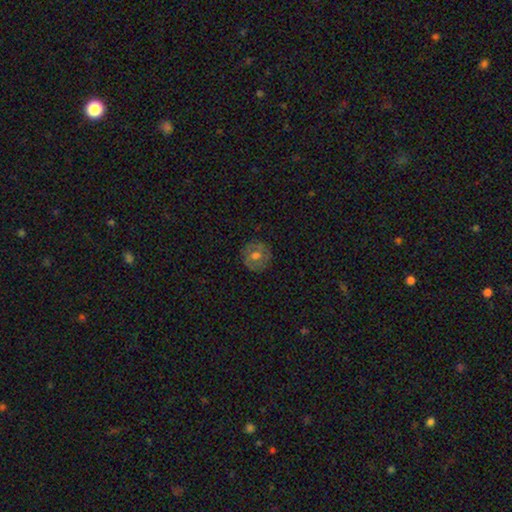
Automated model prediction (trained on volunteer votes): smooth 54%, featured or disk 37%, star or artifact 9%. Down the decision tree: how rounded — round (91%); merging — none (84%).